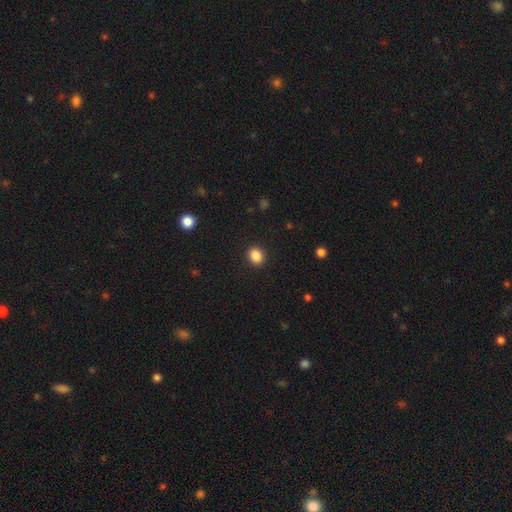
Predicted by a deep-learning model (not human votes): smooth_or_featured: smooth (p=0.87) [alt: star or artifact p=0.10]
how_rounded: round (p=0.57) [alt: in between p=0.42]
merging: none (p=0.91) [alt: minor disturbance p=0.06]